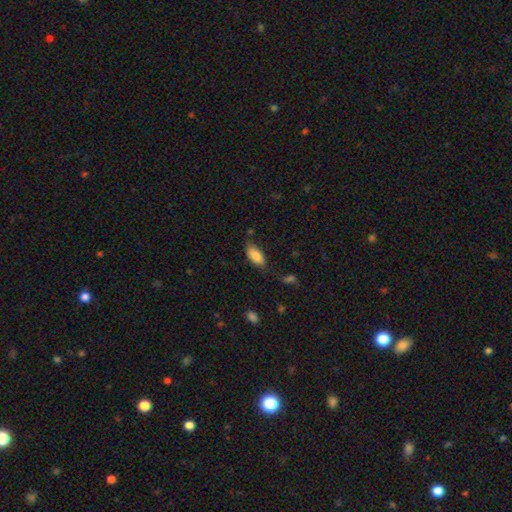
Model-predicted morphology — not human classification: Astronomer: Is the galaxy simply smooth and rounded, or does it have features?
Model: smooth — 87%.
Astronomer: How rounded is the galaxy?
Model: in between — 90%.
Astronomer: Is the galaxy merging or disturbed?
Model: none — 64%.